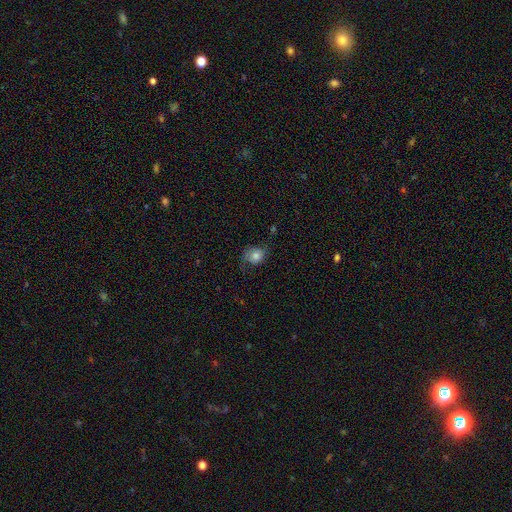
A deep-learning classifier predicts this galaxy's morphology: Smooth or featured?
  - smooth: 66% *
  - featured or disk: 25%
  - star or artifact: 10%
How rounded?
  - round: 59% *
  - in between: 40%
  - cigar-shaped: 1%
Merging?
  - none: 54% *
  - minor disturbance: 28%
  - major disturbance: 17%
  - merger: 2%